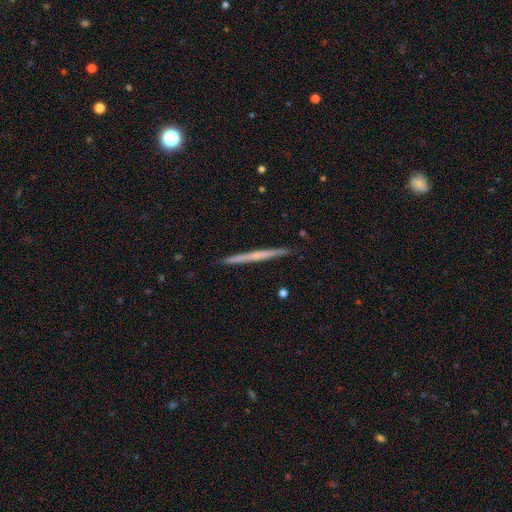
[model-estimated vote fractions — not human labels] Q: Smooth or featured?
A: featured or disk (55%); runner-up: smooth (39%)
Q: Edge-on disk?
A: yes (98%); runner-up: no (2%)
Q: Edge-on bulge?
A: none (81%); runner-up: rounded (15%)
Q: Merging?
A: none (92%); runner-up: minor disturbance (6%)